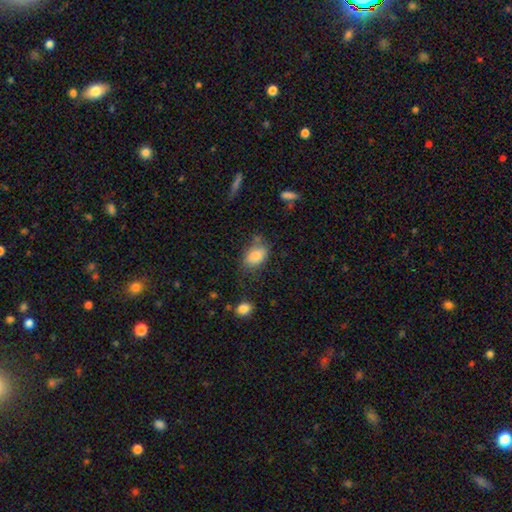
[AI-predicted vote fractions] This is clearly a smooth galaxy (83%). How rounded: clearly in between (85%). Merging: likely none (62%).